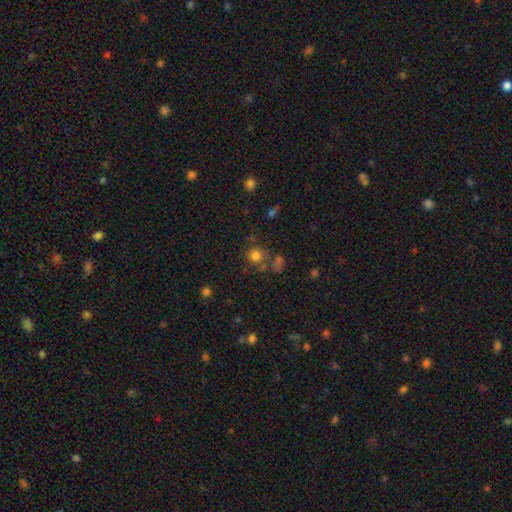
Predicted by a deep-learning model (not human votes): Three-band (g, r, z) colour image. It shows a smooth galaxy with no disk features (73%) that is round (86%). Merging: none (59%).